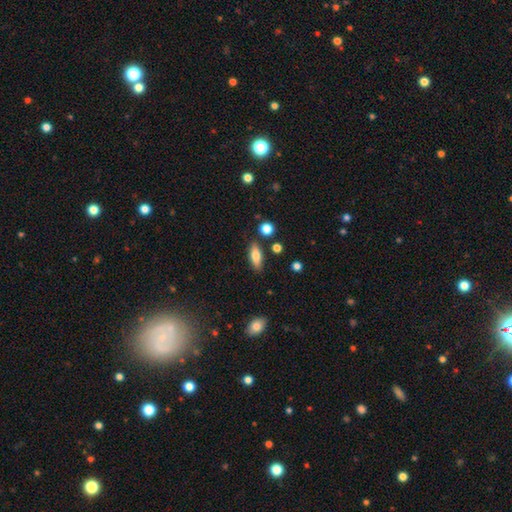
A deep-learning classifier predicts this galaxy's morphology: smooth 74%, featured or disk 19%, star or artifact 7%. Down the decision tree: how rounded — in between (69%); merging — none (83%).